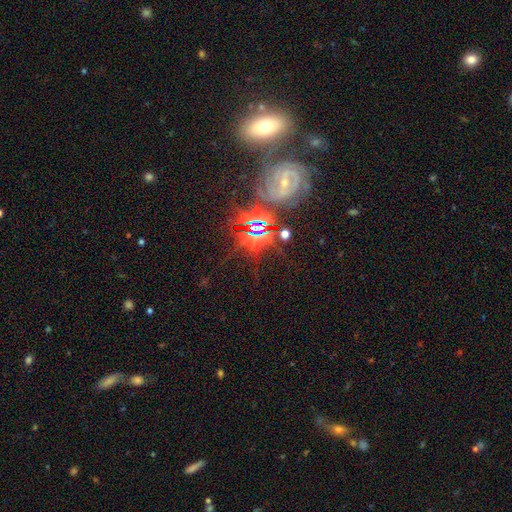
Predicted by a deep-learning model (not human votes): Smooth or featured?
  - star or artifact: 58% *
  - featured or disk: 27%
  - smooth: 15%